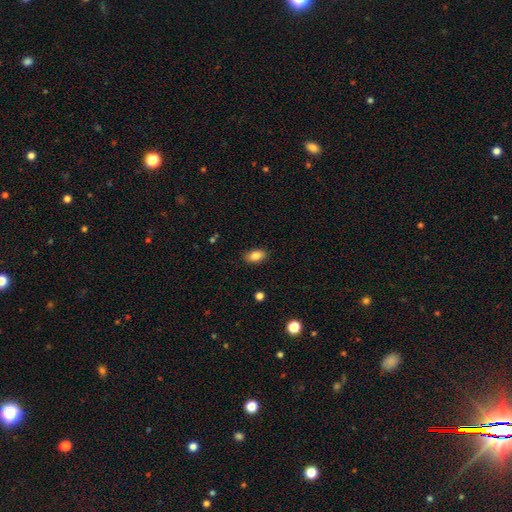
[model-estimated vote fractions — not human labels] Smooth or featured? Predicted: smooth (p=0.84). How rounded? Predicted: in between (p=0.89). Merging? Predicted: none (p=0.87).